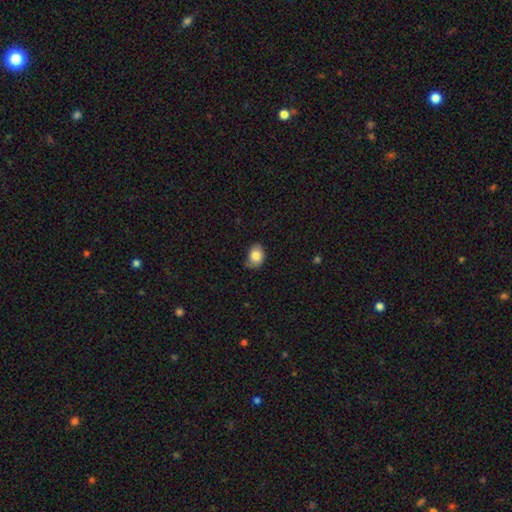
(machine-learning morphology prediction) This appears to be a smooth galaxy with no disk features (81%) that is in between round and cigar-shaped (62%). Merging: none (52%).